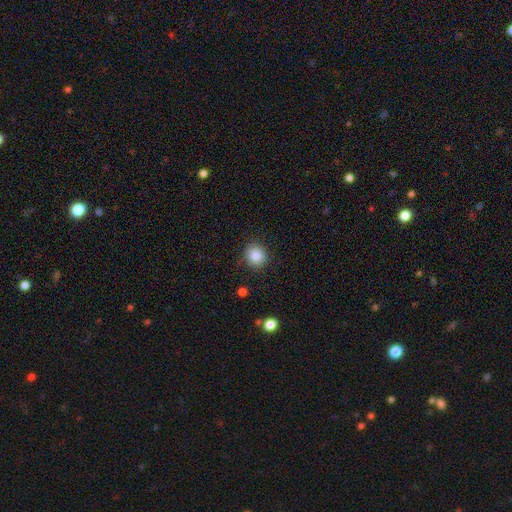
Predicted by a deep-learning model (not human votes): A smooth galaxy with no disk features (86%) that is round (83%).

Vote fractions:
- Smooth or featured? smooth: 86% / star or artifact: 9% / featured or disk: 5%
- How rounded? round: 83% / in between: 16% / cigar-shaped: 1%
- Merging? none: 87% / minor disturbance: 9% / major disturbance: 3% / merger: 1%